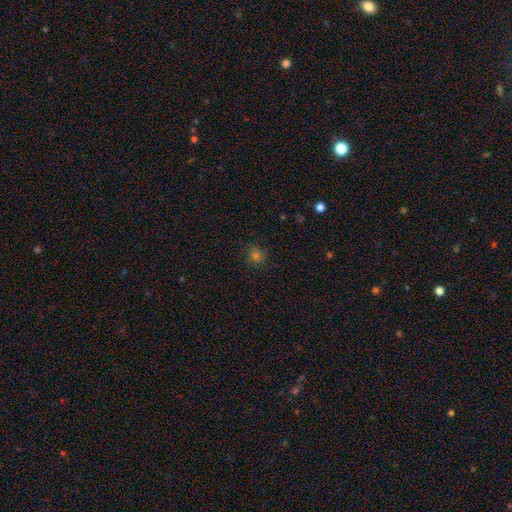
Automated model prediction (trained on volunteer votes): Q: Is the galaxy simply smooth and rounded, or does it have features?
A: smooth — 72%.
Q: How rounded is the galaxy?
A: round — 87%.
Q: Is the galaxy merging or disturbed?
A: none — 88%.